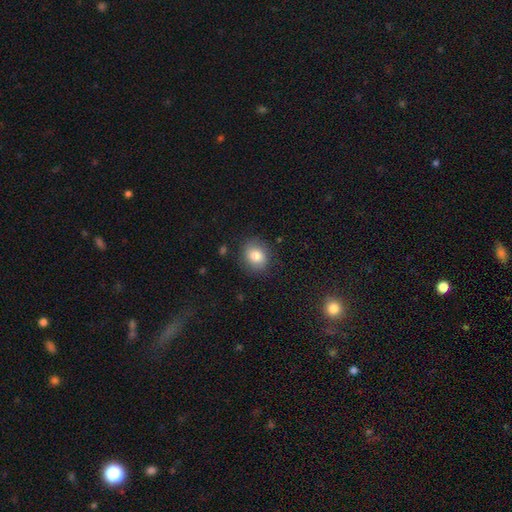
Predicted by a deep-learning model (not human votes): smooth 82%, star or artifact 9%, featured or disk 9%. Down the decision tree: how rounded — round (67%); merging — none (84%).